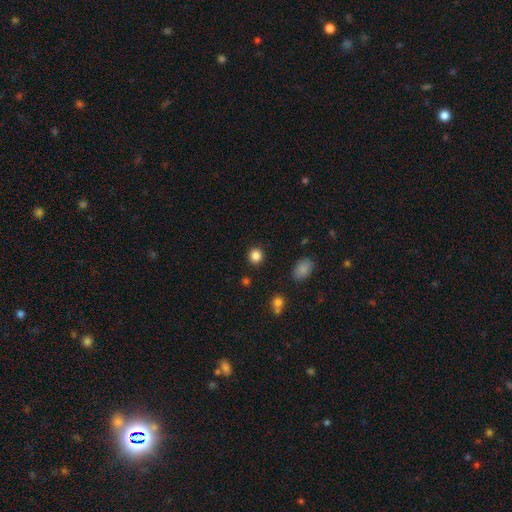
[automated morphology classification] Q: Smooth or featured?
A: smooth (85%); runner-up: star or artifact (11%)
Q: How rounded?
A: round (89%); runner-up: in between (10%)
Q: Merging?
A: none (90%); runner-up: minor disturbance (6%)